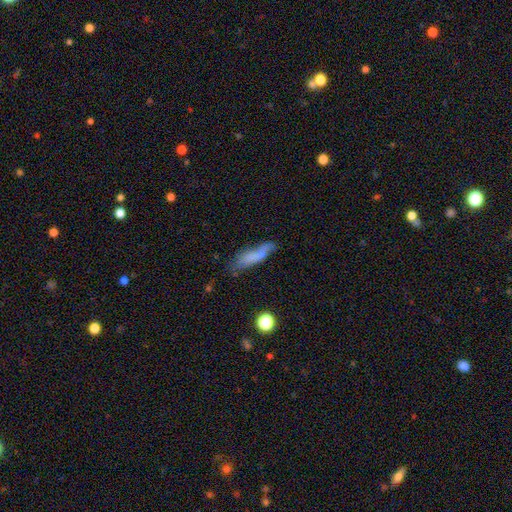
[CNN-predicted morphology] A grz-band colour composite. It shows a smooth galaxy with no disk features (68%) that is cigar-shaped (70%). Merging: none (52%).